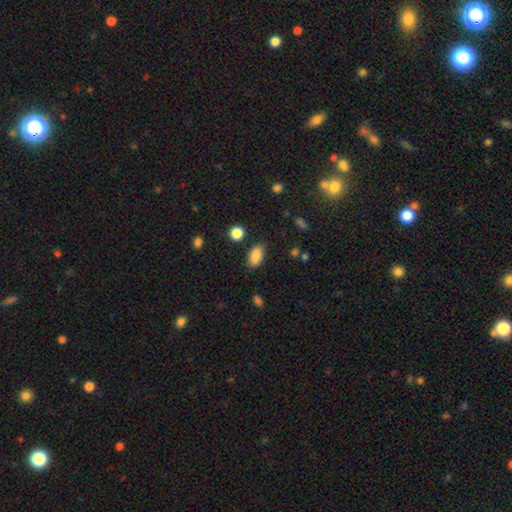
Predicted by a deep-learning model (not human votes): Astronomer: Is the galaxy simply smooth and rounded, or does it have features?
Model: smooth — 87%.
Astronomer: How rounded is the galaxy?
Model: in between — 90%.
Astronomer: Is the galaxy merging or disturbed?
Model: none — 83%.